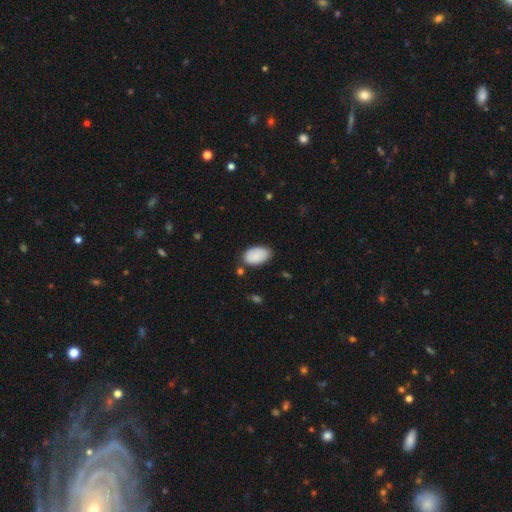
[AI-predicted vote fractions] Smooth or featured? smooth (88%)
How rounded? in between (94%)
Merging? none (73%)